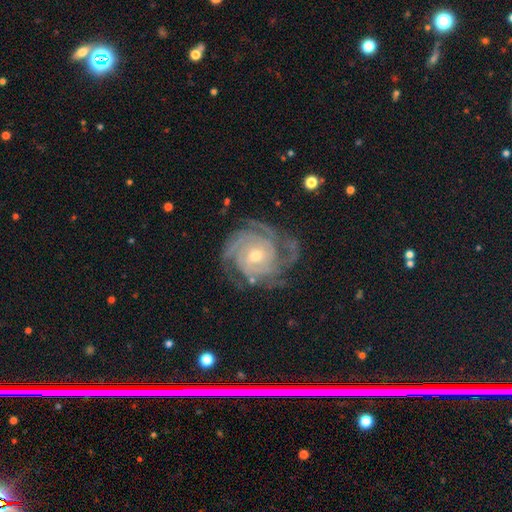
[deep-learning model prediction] Smooth or featured: featured or disk — 92% (star or artifact — 5%)
Edge-on disk: no — 98% (yes — 2%)
Bar: no — 64% (weak — 28%)
Spiral arms: yes — 98% (no — 2%)
Spiral winding: tight — 77% (medium — 20%)
Spiral arm count: 3 — 31% (4 — 25%)
Bulge size: moderate — 55% (small — 41%)
Merging: none — 76% (minor disturbance — 16%)